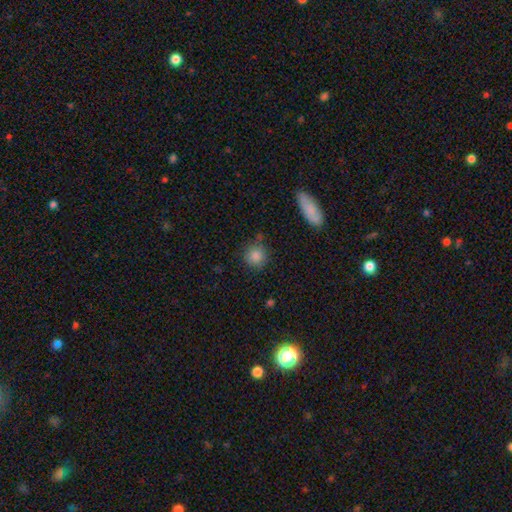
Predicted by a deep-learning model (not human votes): Smooth or featured?
  - smooth: 86% *
  - star or artifact: 9%
  - featured or disk: 5%
How rounded?
  - round: 90% *
  - in between: 9%
  - cigar-shaped: 1%
Merging?
  - none: 80% *
  - minor disturbance: 12%
  - merger: 4%
  - major disturbance: 4%